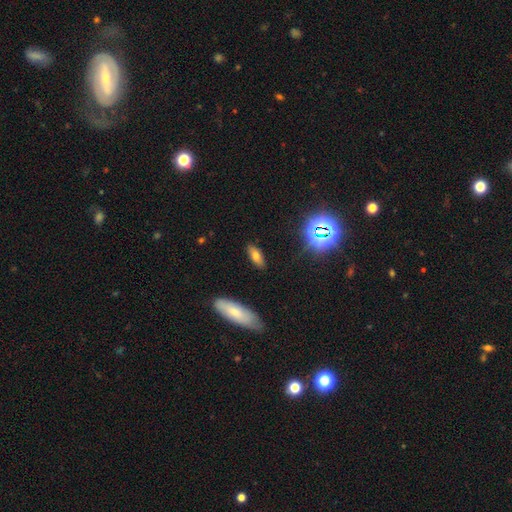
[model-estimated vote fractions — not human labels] Smooth or featured: smooth — 67% (featured or disk — 18%)
How rounded: in between — 75% (cigar-shaped — 22%)
Merging: none — 86% (minor disturbance — 10%)